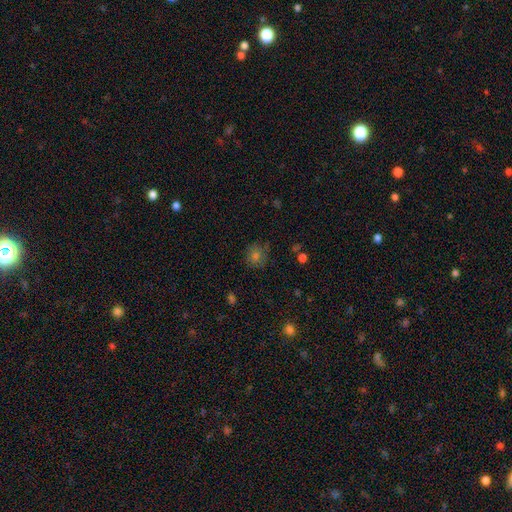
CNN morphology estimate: smooth 69%, star or artifact 19%, featured or disk 12%. Down the decision tree: how rounded — round (86%); merging — none (77%).